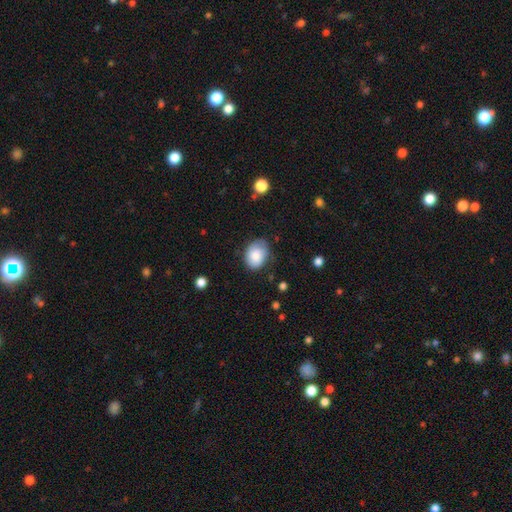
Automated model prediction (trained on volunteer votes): smooth 82%, featured or disk 11%, star or artifact 7%. Down the decision tree: how rounded — in between (69%); merging — none (71%).